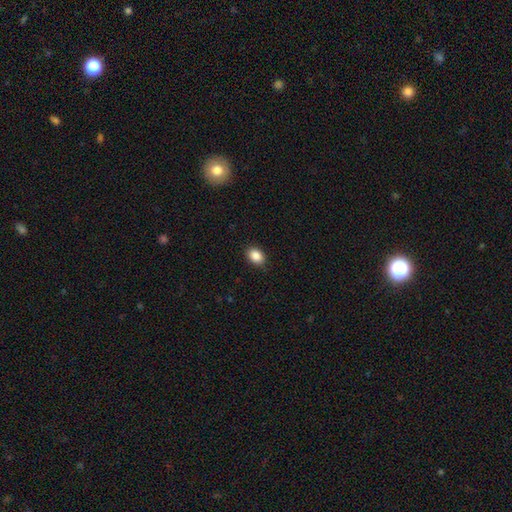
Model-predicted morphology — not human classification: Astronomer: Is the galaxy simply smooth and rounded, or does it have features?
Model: smooth — 88%.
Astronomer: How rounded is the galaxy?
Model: in between — 77%.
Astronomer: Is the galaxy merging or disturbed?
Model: none — 87%.